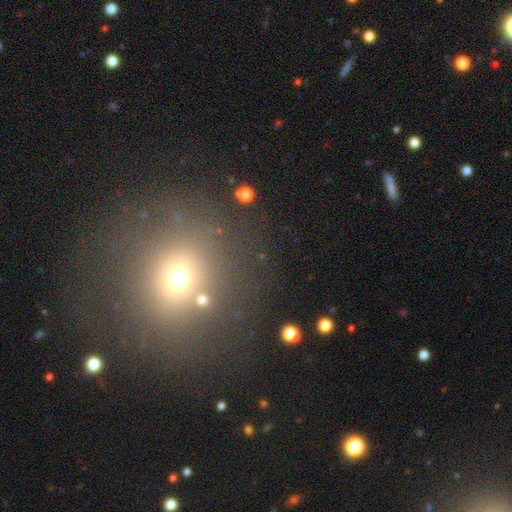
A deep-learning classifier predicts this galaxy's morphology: Overall: smooth (52%; star or artifact 37%). How rounded: round (89%). Merging: none (80%).